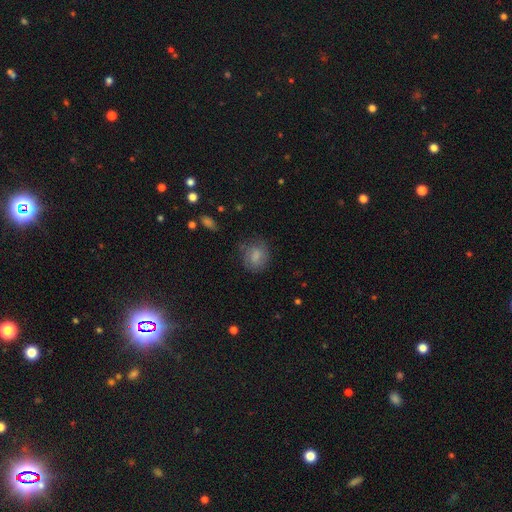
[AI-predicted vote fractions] A smooth galaxy with no disk features (71%) that is round (71%). Merging: none (65%).